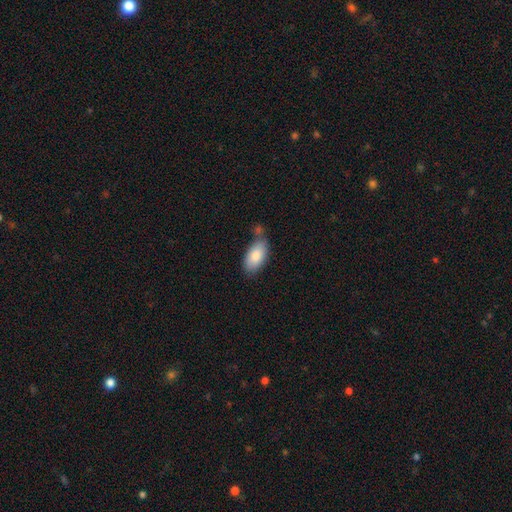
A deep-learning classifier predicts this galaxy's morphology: smooth_or_featured: smooth (p=0.84) [alt: featured or disk p=0.10]
how_rounded: in between (p=0.94) [alt: round p=0.03]
merging: none (p=0.59) [alt: minor disturbance p=0.21]